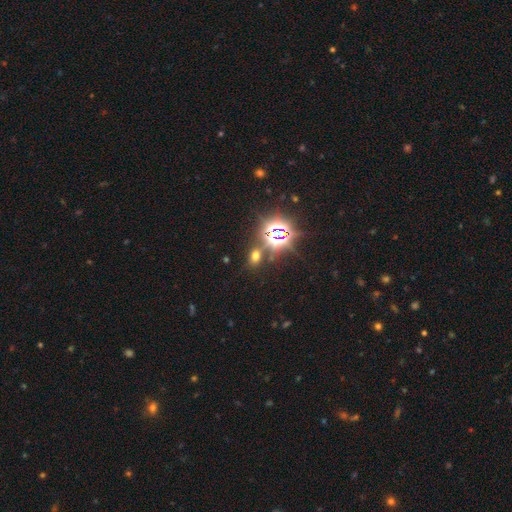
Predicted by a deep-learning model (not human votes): Overall: star or artifact (48%; smooth 44%).